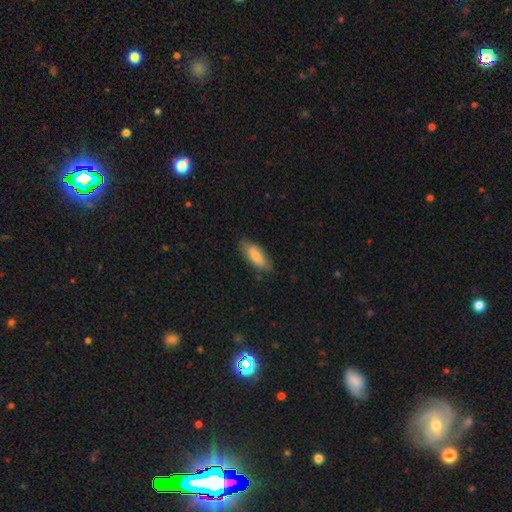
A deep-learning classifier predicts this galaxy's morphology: This is clearly a smooth galaxy (80%). How rounded: likely in between (74%). Merging: likely none (75%).